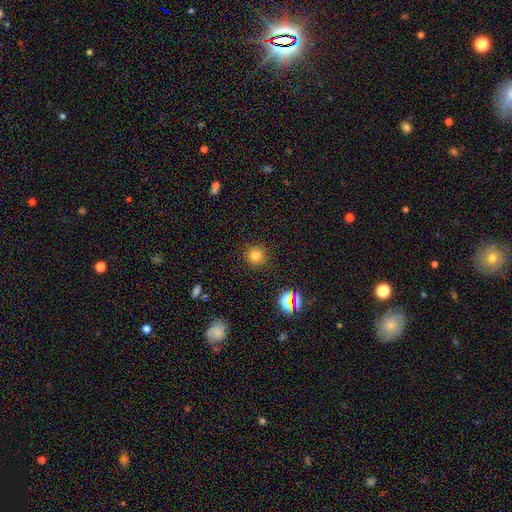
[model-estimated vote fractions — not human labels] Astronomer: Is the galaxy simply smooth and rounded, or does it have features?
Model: smooth — 76%.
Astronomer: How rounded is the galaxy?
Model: round — 95%.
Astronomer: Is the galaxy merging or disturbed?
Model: none — 89%.